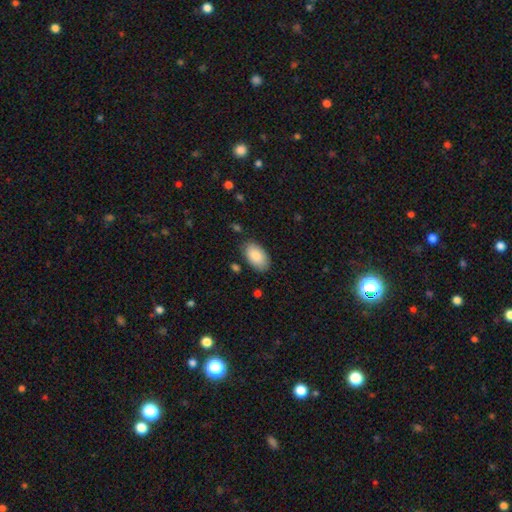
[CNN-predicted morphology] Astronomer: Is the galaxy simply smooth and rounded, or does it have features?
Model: smooth — 87%.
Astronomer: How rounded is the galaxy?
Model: in between — 95%.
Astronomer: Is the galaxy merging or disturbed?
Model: none — 83%.